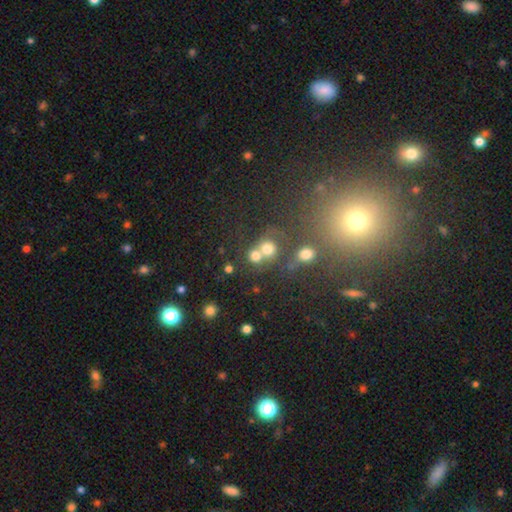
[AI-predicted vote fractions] This appears to be a smooth galaxy with no disk features (70%) that is round (83%). Merging: none (45%).